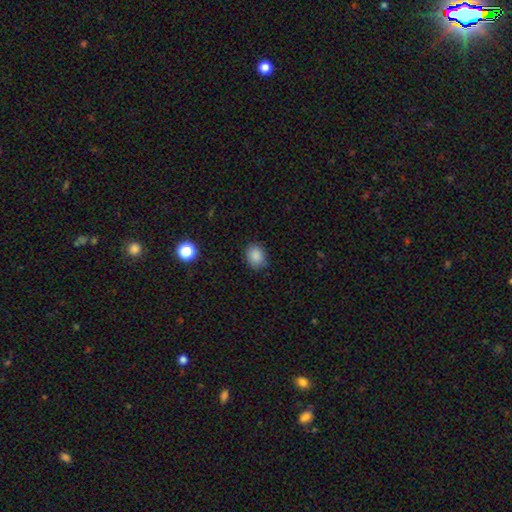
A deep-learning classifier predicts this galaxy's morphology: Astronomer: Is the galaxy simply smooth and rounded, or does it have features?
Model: smooth — 86%.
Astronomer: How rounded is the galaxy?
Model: round — 50% (runner-up: in between, 49%).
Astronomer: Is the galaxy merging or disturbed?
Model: none — 81%.